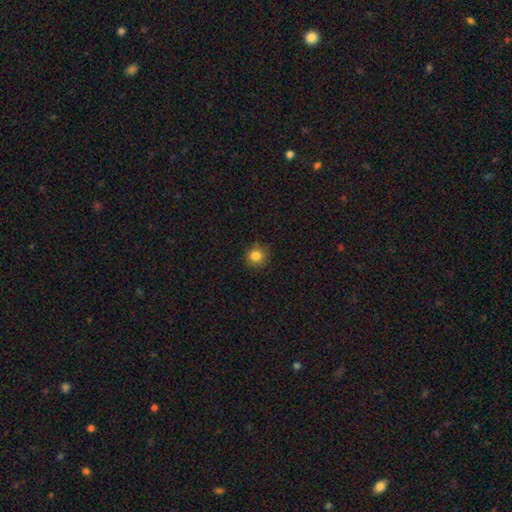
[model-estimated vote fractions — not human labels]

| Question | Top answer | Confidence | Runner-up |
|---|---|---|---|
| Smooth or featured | smooth | 83% | star or artifact (12%) |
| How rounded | round | 92% | in between (7%) |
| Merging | none | 88% | minor disturbance (9%) |